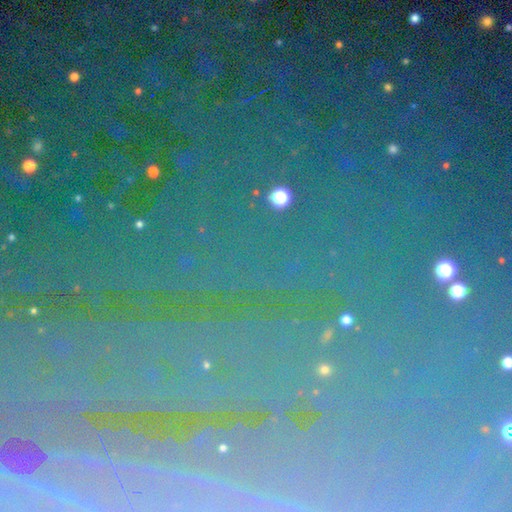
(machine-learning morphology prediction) Overall: star or artifact (74%).